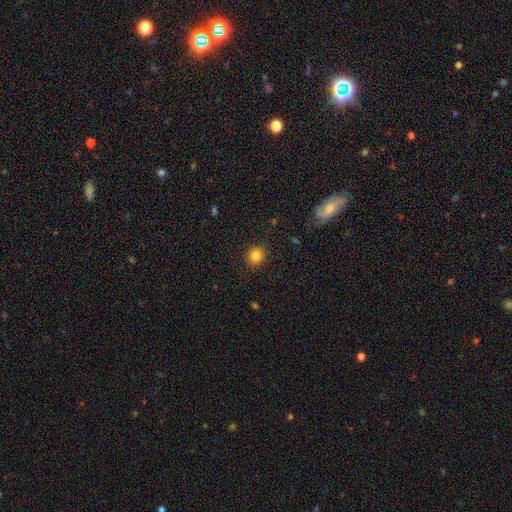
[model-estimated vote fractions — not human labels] A smooth galaxy with no disk features (83%) that is round (88%).

Vote fractions:
- Smooth or featured? smooth: 83% / star or artifact: 11% / featured or disk: 6%
- How rounded? round: 88% / in between: 11% / cigar-shaped: 1%
- Merging? none: 90% / minor disturbance: 7% / major disturbance: 2% / merger: 1%